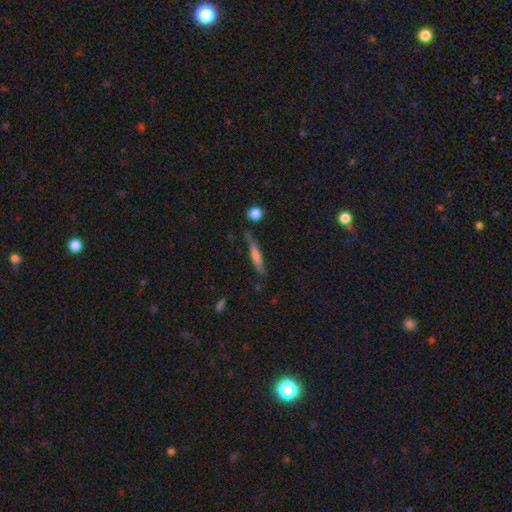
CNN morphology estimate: Smooth or featured? Predicted: featured or disk (p=0.47). Merging? Predicted: none (p=0.77).